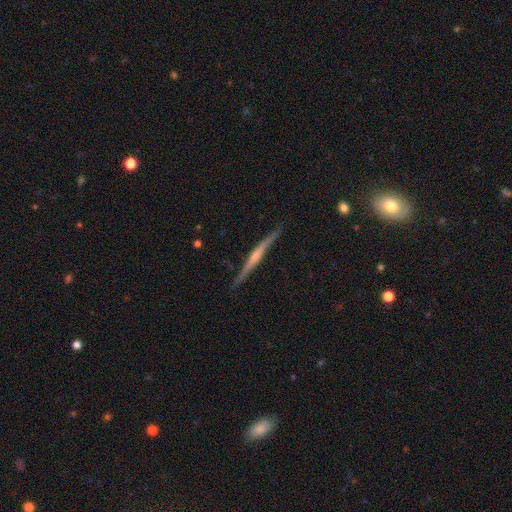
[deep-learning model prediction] This appears to be a featured or disk galaxy (73%) viewed edge-on (98%) with a rounded central bulge (52%). Merging: none (86%).